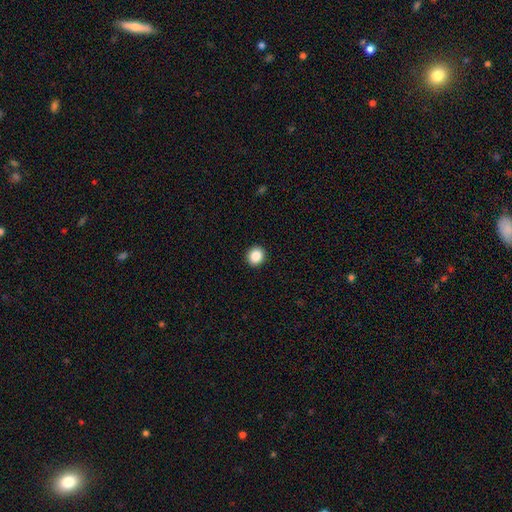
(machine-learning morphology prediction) Smooth or featured?
  - smooth: 87% *
  - star or artifact: 9%
  - featured or disk: 4%
How rounded?
  - round: 82% *
  - in between: 17%
  - cigar-shaped: 1%
Merging?
  - none: 92% *
  - minor disturbance: 5%
  - major disturbance: 2%
  - merger: 1%